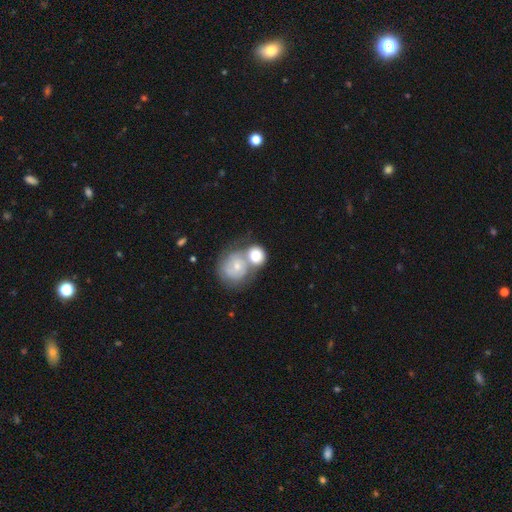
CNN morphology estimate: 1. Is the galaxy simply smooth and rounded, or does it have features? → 67% smooth, 26% featured or disk, 7% star or artifact.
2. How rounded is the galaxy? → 76% round, 23% in between, 1% cigar-shaped.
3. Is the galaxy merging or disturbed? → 59% merger, 25% none, 10% minor disturbance, 6% major disturbance.